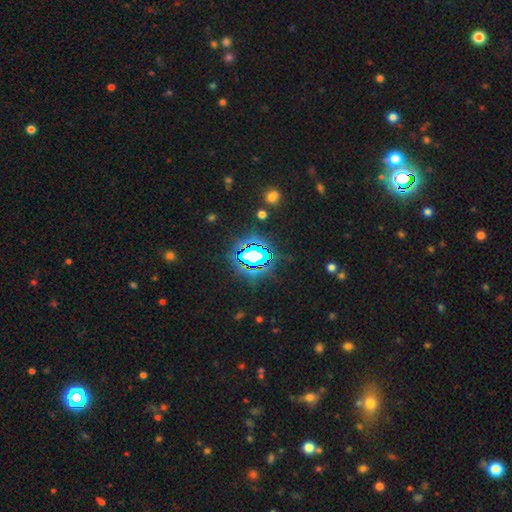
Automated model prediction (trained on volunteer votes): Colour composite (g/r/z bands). It shows a star or artifact, not a galaxy (75%).